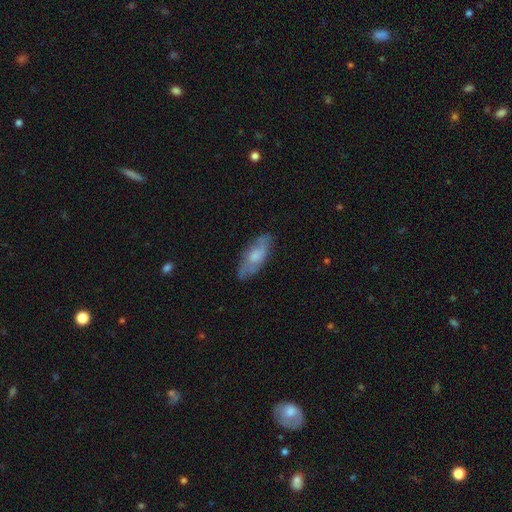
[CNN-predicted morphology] Smooth or featured?
  - smooth: 50% *
  - featured or disk: 44%
  - star or artifact: 7%
Merging?
  - none: 76% *
  - minor disturbance: 18%
  - major disturbance: 5%
  - merger: 1%